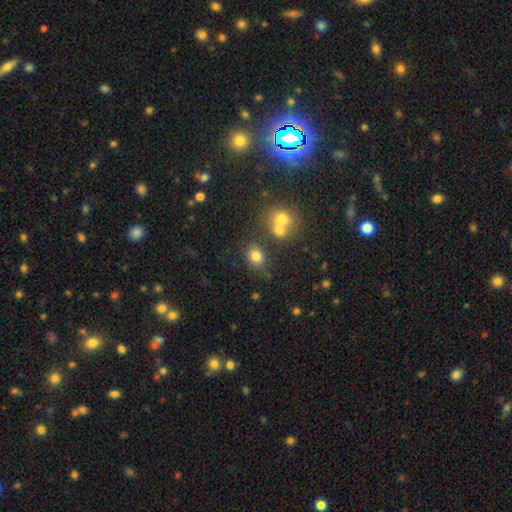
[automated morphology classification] type=smooth (78%); roundness=in between (51%); merging=none (71%).